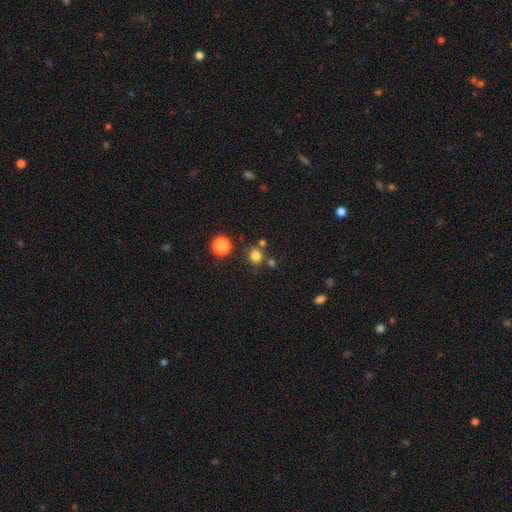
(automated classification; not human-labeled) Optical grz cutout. It shows a smooth galaxy with no disk features (79%) that is round (78%). Merging: none (76%).